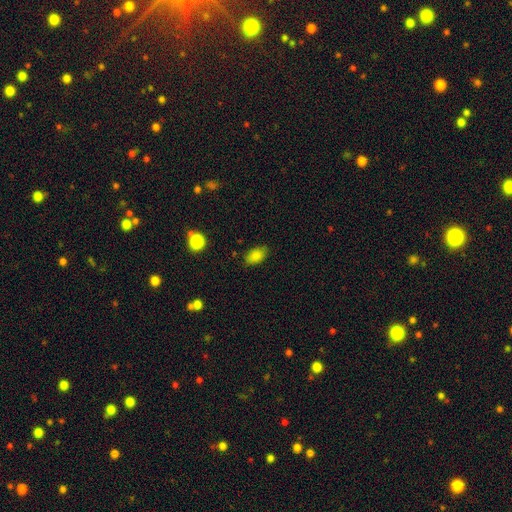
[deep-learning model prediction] Morphology: type=smooth (85%); roundness=in between (89%); merging=none (82%).